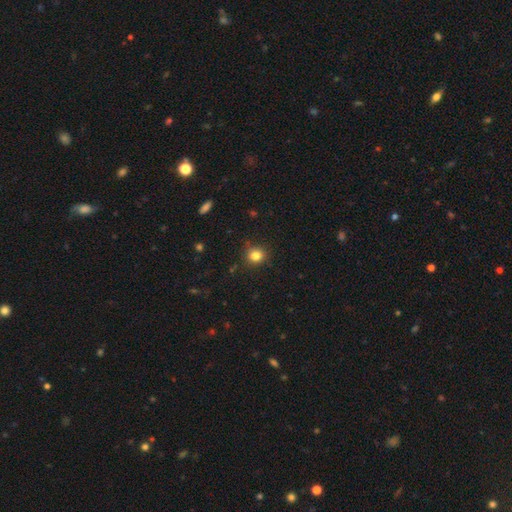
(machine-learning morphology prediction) smooth-or-featured: smooth: 82% | star or artifact: 12% | featured or disk: 5%
  how-rounded: round: 81% | in between: 18% | cigar-shaped: 1%
  merging: none: 85% | minor disturbance: 10% | major disturbance: 3% | merger: 2%